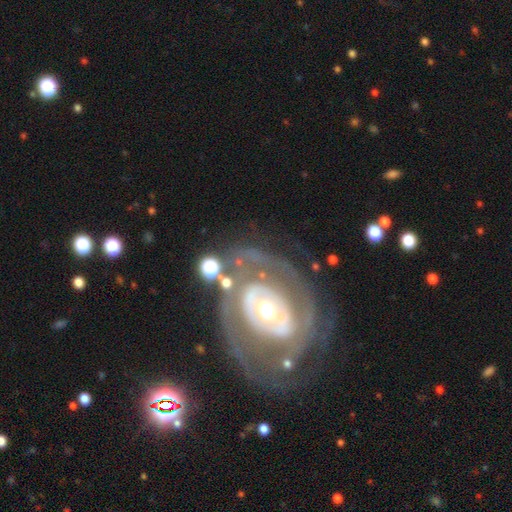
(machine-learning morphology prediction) type=featured or disk (82%); edge-on=no (95%); bar=no (62%); spiral arms=yes (71%); winding=tight (65%); arm count=can't tell (41%); bulge=moderate (53%); merging=none (66%).